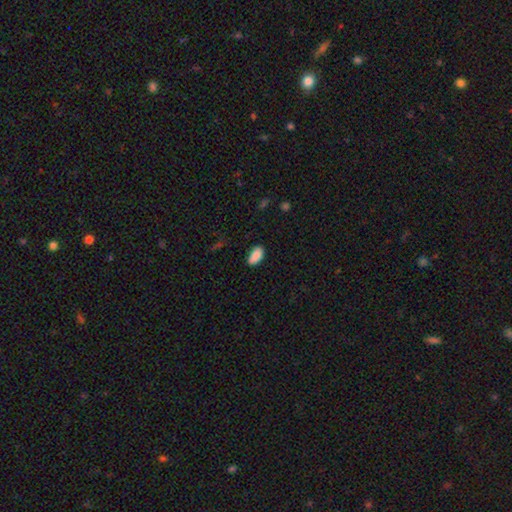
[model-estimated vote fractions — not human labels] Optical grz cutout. It shows a smooth galaxy with no disk features (88%) that is in between round and cigar-shaped (94%). Merging: none (81%).